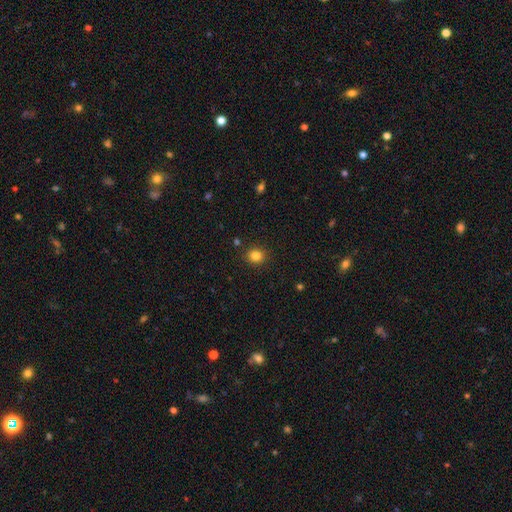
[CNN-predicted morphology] Smooth or featured?
  - smooth: 83% *
  - star or artifact: 12%
  - featured or disk: 5%
How rounded?
  - round: 73% *
  - in between: 26%
  - cigar-shaped: 1%
Merging?
  - none: 89% *
  - minor disturbance: 7%
  - major disturbance: 2%
  - merger: 2%